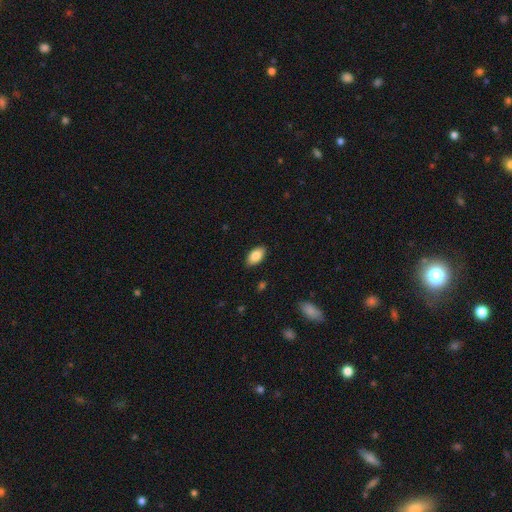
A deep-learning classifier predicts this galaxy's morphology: A smooth galaxy with no disk features (86%) that is in between round and cigar-shaped (94%). Merging: none (88%).